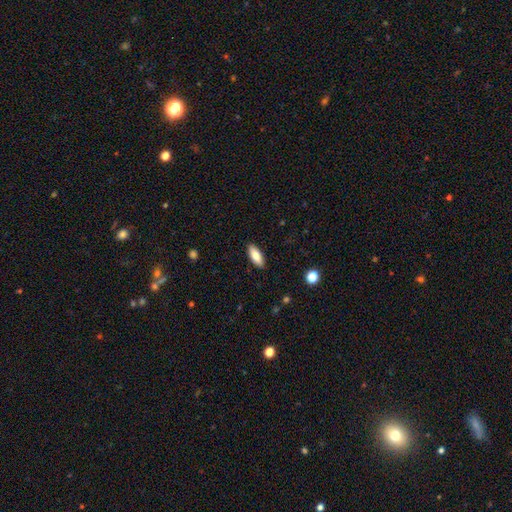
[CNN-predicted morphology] This is clearly a smooth galaxy (83%). How rounded: likely in between (77%). Merging: clearly none (89%).